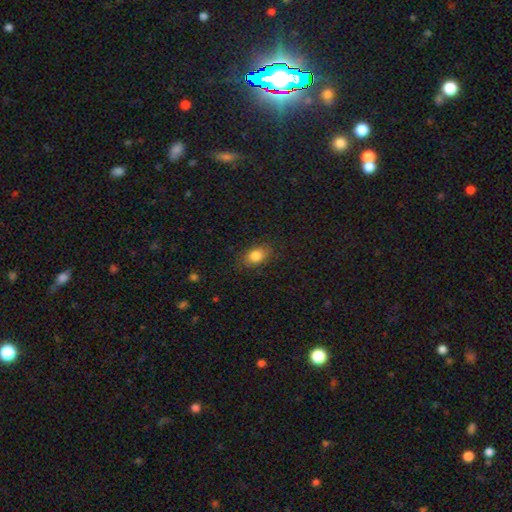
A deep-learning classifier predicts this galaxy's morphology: The model was most divided on "how rounded": in between: 79%, round: 19%, cigar-shaped: 2%. More confident: smooth or featured — smooth (83%); merging — none (82%).